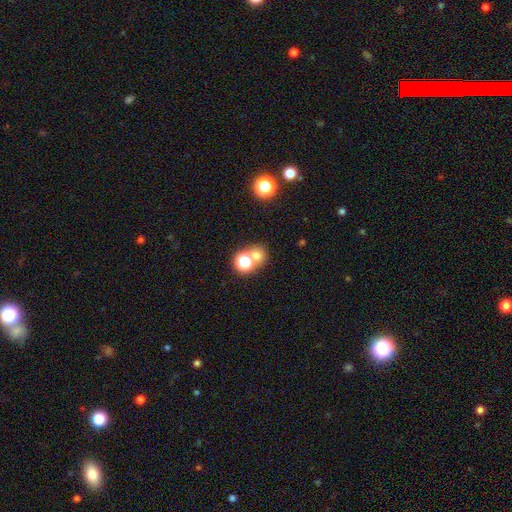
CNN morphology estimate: This is likely a smooth galaxy (64%). How rounded: likely round (79%). Merging: possibly none (52%).